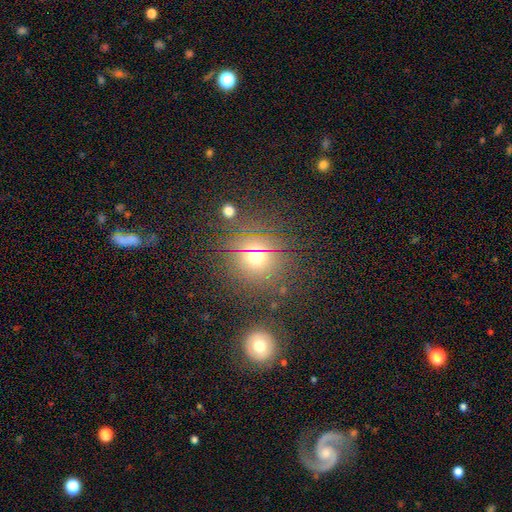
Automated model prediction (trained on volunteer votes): This appears to be a smooth galaxy with no disk features (57%) that is round (85%). Merging: none (83%).